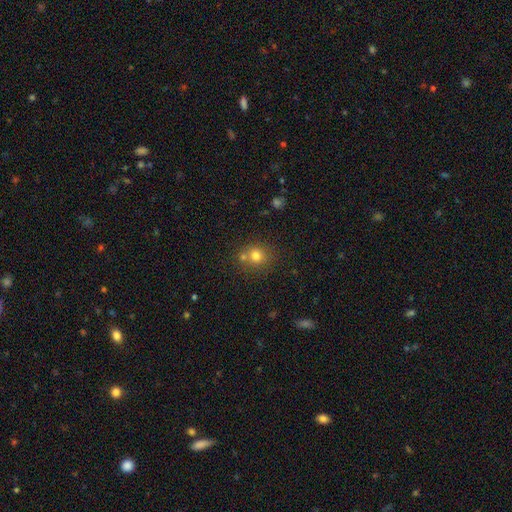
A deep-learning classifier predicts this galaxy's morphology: The model was most divided on "merging": none: 62%, merger: 26%, minor disturbance: 9%, major disturbance: 3%. More confident: how rounded — round (85%); smooth or featured — smooth (75%).